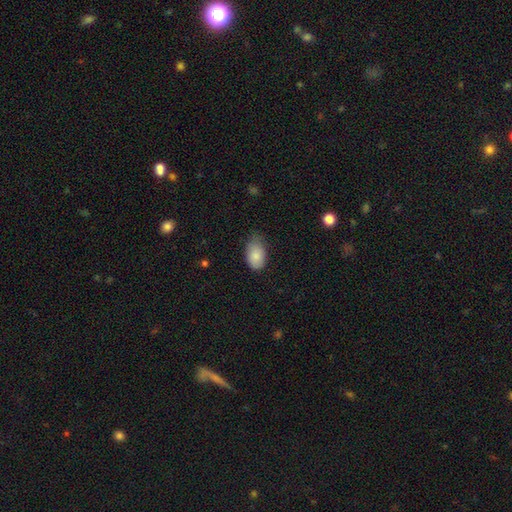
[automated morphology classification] Overall: smooth (86%). How rounded: in between (90%). Merging: none (49%; minor disturbance 41%).